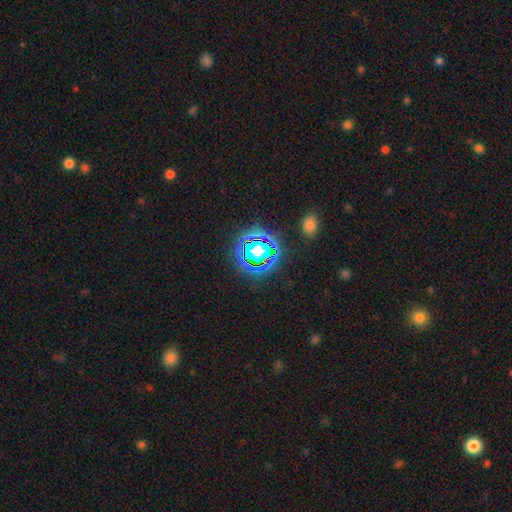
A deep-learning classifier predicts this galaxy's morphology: A star or artifact, not a galaxy (79%).

Vote fractions:
- Smooth or featured? star or artifact: 79% / smooth: 14% / featured or disk: 7%